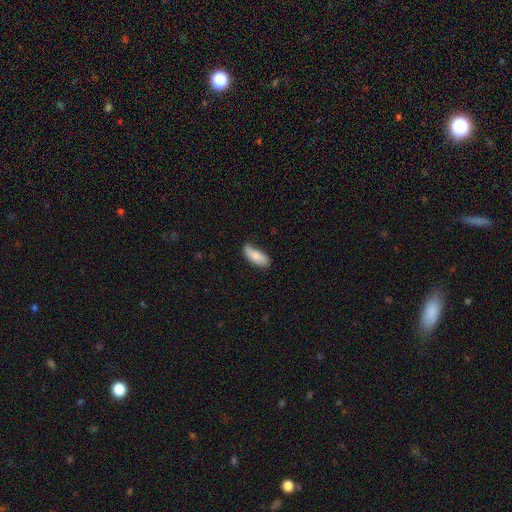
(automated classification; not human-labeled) Smooth or featured? Predicted: smooth (p=0.79). How rounded? Predicted: in between (p=0.78). Merging? Predicted: none (p=0.62).